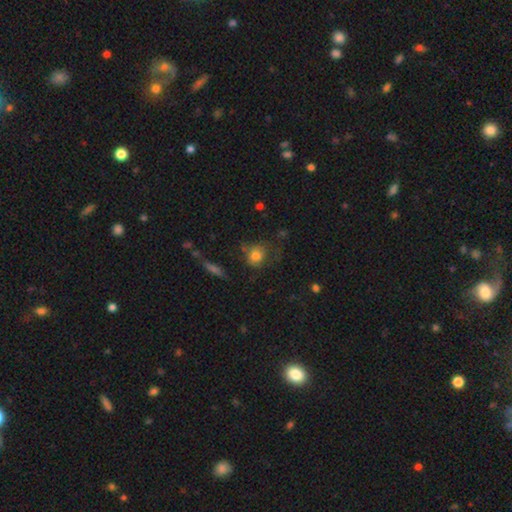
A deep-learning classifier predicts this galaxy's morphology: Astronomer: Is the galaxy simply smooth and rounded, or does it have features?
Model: smooth — 75%.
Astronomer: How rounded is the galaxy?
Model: round — 71%.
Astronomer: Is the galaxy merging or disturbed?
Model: none — 52%.